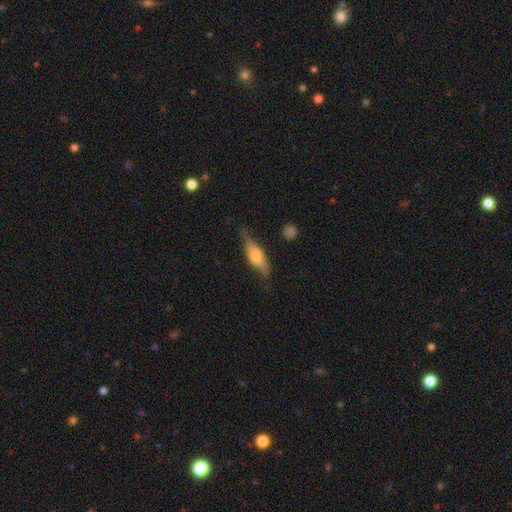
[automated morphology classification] This is possibly a featured or disk galaxy (47%, tied with smooth). Merging: likely none (66%).